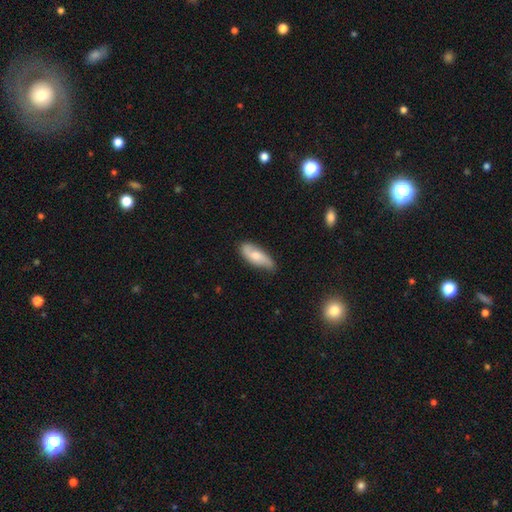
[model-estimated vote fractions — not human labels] Smooth or featured? Predicted: smooth (p=0.54). How rounded? Predicted: in between (p=0.74). Merging? Predicted: none (p=0.69).